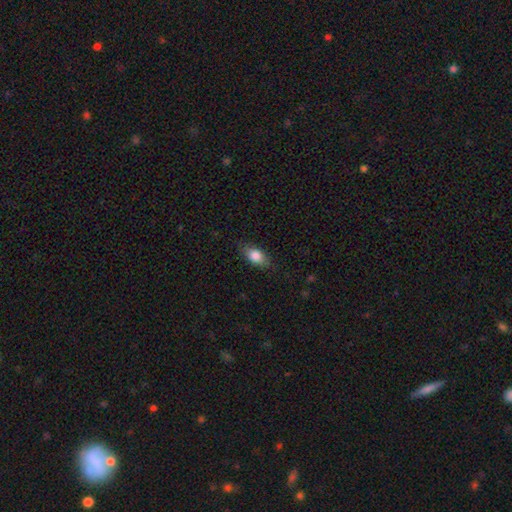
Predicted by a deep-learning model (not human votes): This is clearly a smooth galaxy (81%). How rounded: clearly in between (86%). Merging: clearly none (81%).